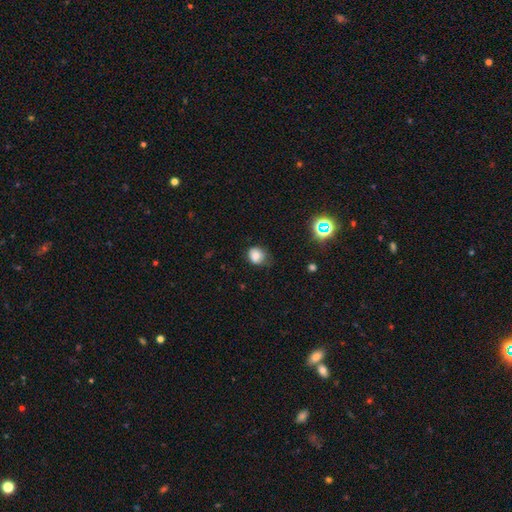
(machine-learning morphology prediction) smooth 82%, star or artifact 11%, featured or disk 7%. Down the decision tree: how rounded — round (66%); merging — none (52%).